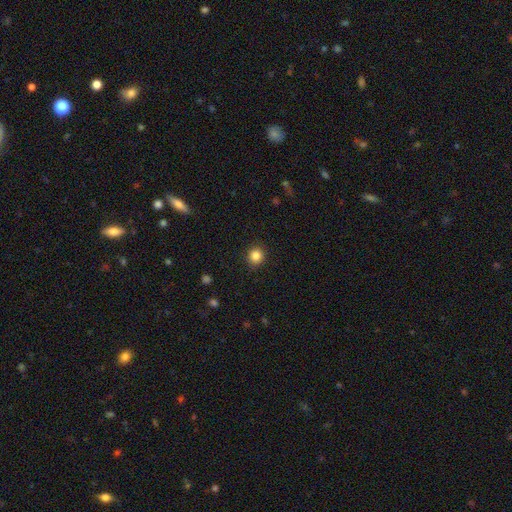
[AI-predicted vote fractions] smooth 85%, star or artifact 11%, featured or disk 4%. Down the decision tree: how rounded — round (90%); merging — none (91%).